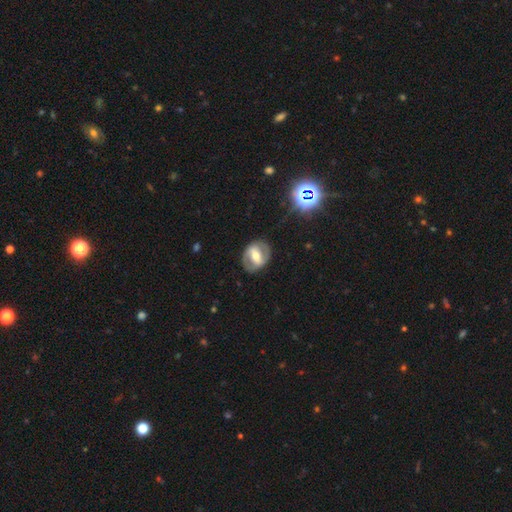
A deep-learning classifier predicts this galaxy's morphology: Smooth or featured?
  - featured or disk: 66% *
  - smooth: 27%
  - star or artifact: 7%
Edge-on disk?
  - no: 92% *
  - yes: 8%
Bar?
  - strong: 58% *
  - weak: 27%
  - no: 14%
Spiral arms?
  - no: 53% *
  - yes: 47%
Bulge size?
  - moderate: 66% *
  - small: 21%
  - large: 10%
  - none: 1%
  - dominant: 1%
Merging?
  - none: 82% *
  - minor disturbance: 12%
  - major disturbance: 5%
  - merger: 1%